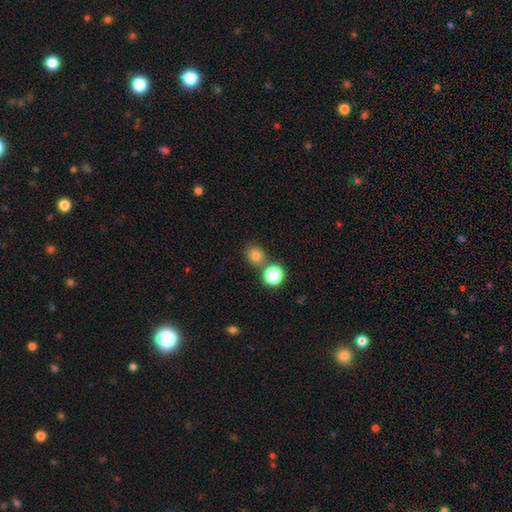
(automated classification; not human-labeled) Morphology: type=smooth (80%); roundness=round (74%); merging=none (67%).